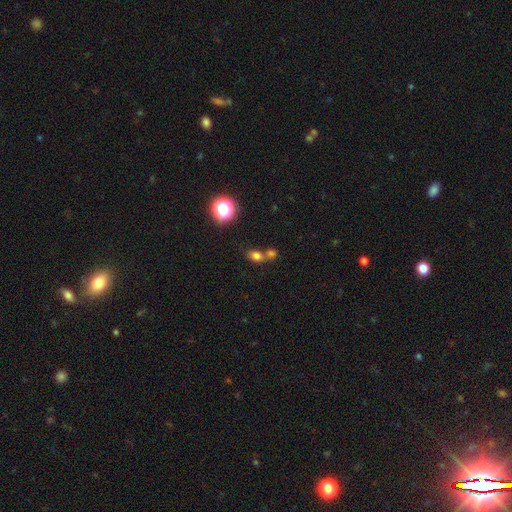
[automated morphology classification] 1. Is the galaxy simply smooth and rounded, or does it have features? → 73% smooth, 17% star or artifact, 10% featured or disk.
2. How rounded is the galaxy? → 59% in between, 39% round, 2% cigar-shaped.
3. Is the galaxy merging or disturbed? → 52% merger, 35% none, 9% minor disturbance, 4% major disturbance.